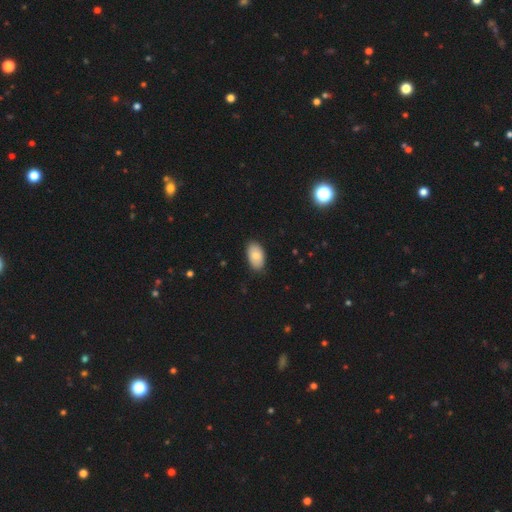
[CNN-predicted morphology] Q: Smooth or featured?
A: smooth (80%); runner-up: featured or disk (13%)
Q: How rounded?
A: in between (94%); runner-up: round (5%)
Q: Merging?
A: none (86%); runner-up: minor disturbance (11%)